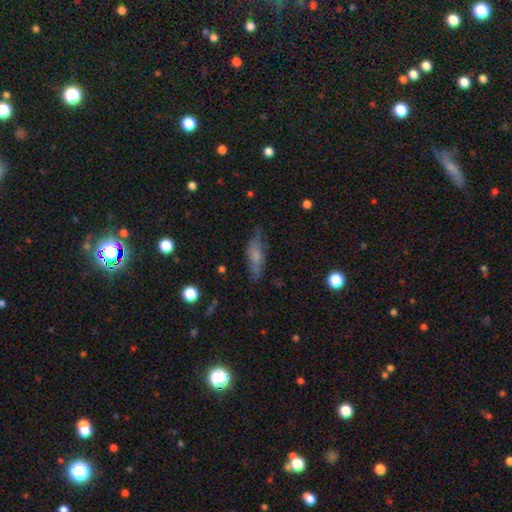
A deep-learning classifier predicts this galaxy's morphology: A smooth galaxy with no disk features (53%) that is cigar-shaped (49%).

Vote fractions:
- Smooth or featured? smooth: 53% / featured or disk: 38% / star or artifact: 9%
- How rounded? cigar-shaped: 49% / in between: 48% / round: 3%
- Merging? none: 67% / minor disturbance: 24% / major disturbance: 8% / merger: 2%